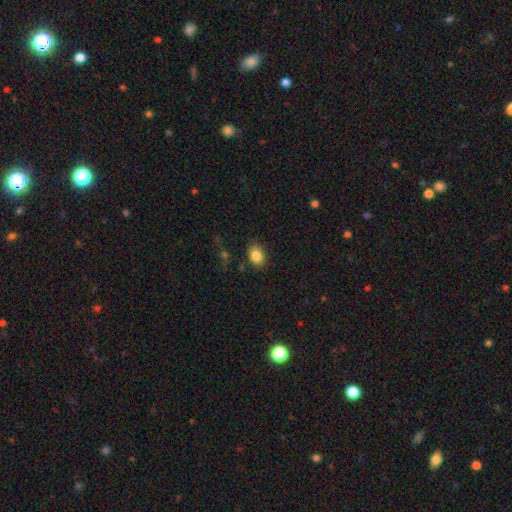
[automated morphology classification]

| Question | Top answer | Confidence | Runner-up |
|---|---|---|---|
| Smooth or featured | smooth | 84% | star or artifact (9%) |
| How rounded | in between | 66% | round (33%) |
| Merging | none | 83% | minor disturbance (11%) |